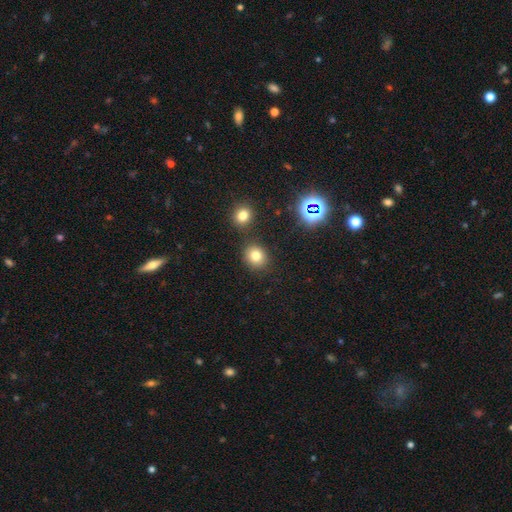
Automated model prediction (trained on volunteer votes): This appears to be a smooth galaxy with no disk features (78%) that is round (77%). Merging: none (81%).